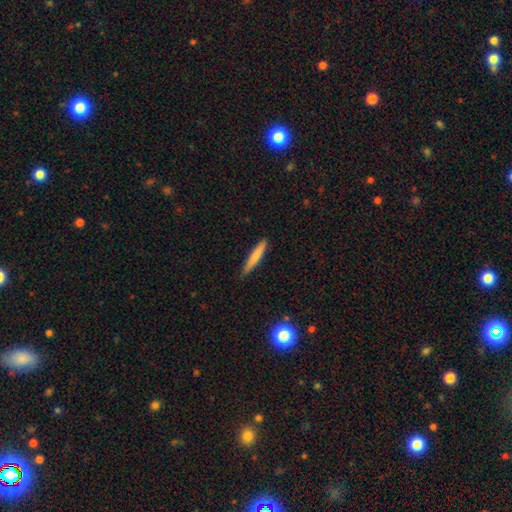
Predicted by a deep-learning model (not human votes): Smooth or featured? Predicted: smooth (p=0.75). How rounded? Predicted: cigar-shaped (p=0.93). Merging? Predicted: none (p=0.86).